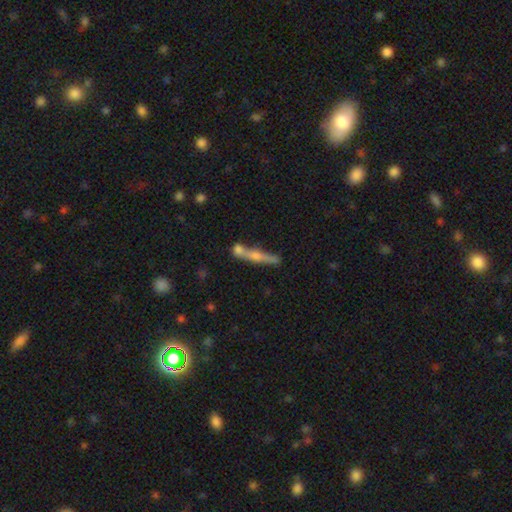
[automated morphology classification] Overall: featured or disk (61%; smooth 31%). Edge-on disk: yes (94%). Edge-on bulge: rounded (83%). Merging: none (67%).